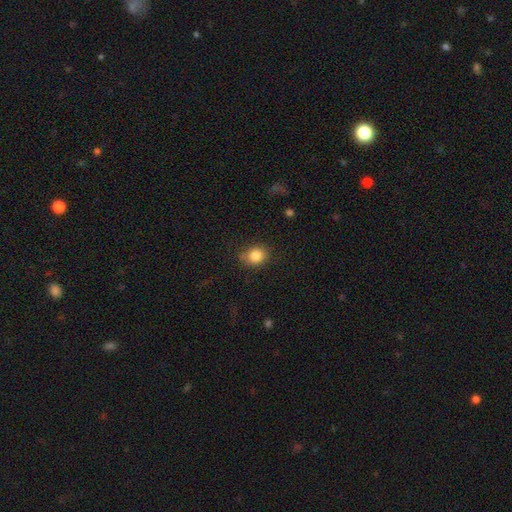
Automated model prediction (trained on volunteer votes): This appears to be a smooth galaxy with no disk features (83%) that is round (62%). Merging: none (74%).